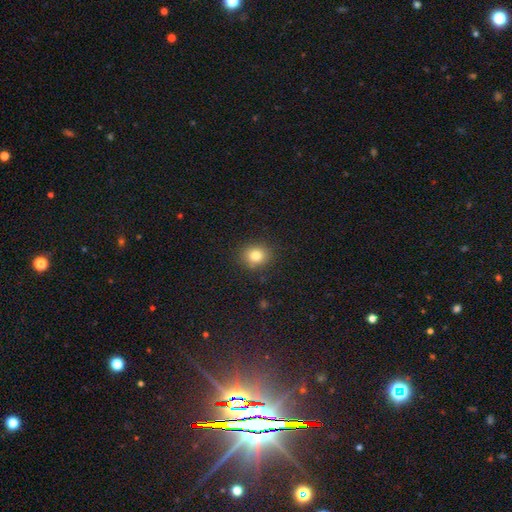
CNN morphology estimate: Smooth or featured?
  - smooth: 81% *
  - star or artifact: 12%
  - featured or disk: 7%
How rounded?
  - round: 75% *
  - in between: 24%
  - cigar-shaped: 1%
Merging?
  - none: 87% *
  - minor disturbance: 9%
  - major disturbance: 3%
  - merger: 1%